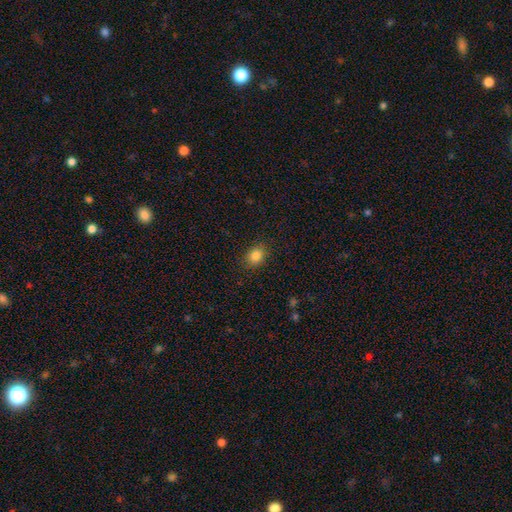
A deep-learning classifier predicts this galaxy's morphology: smooth_or_featured: smooth (p=0.84) [alt: star or artifact p=0.11]
how_rounded: round (p=0.51) [alt: in between p=0.48]
merging: none (p=0.88) [alt: minor disturbance p=0.09]